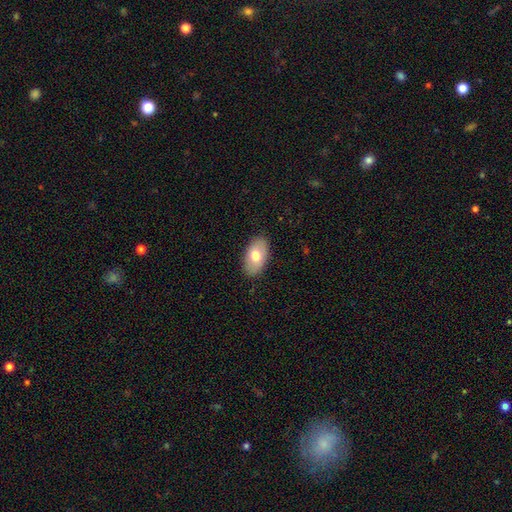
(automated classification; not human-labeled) Smooth or featured: smooth — 72% (featured or disk — 22%)
How rounded: in between — 94% (round — 5%)
Merging: none — 87% (minor disturbance — 10%)